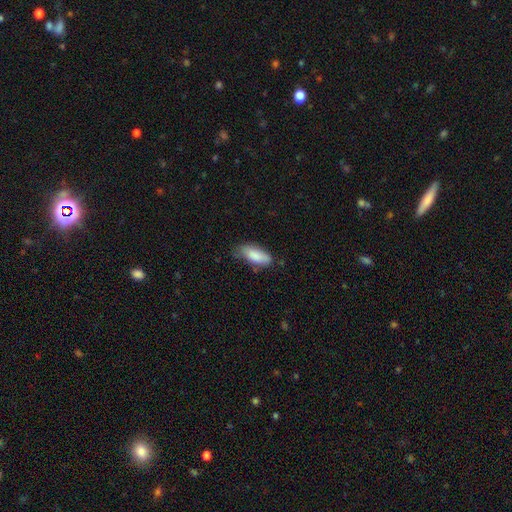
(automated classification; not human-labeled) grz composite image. It shows a smooth galaxy with no disk features (85%) that is in between round and cigar-shaped (82%). Merging: none (59%).